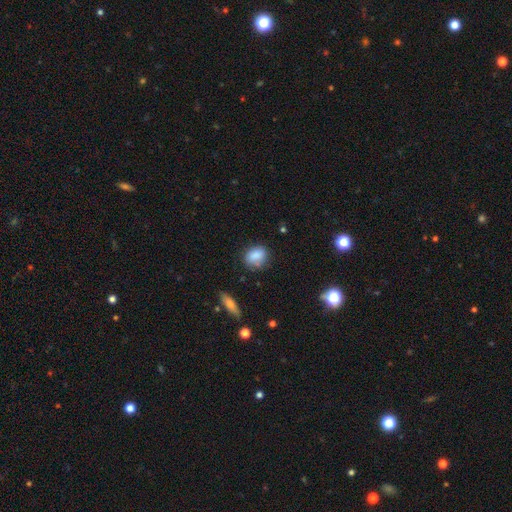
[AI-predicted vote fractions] Morphology: type=smooth (85%); roundness=in between (58%); merging=none (70%).